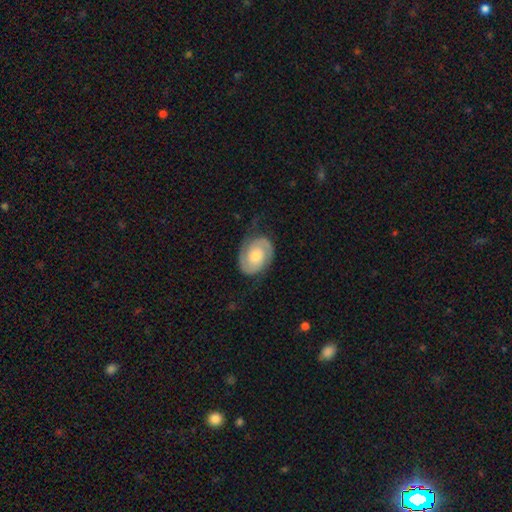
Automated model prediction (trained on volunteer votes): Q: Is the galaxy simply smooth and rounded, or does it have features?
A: featured or disk — 80%.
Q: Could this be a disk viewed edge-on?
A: no — 98%.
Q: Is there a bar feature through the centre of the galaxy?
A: no — 72%.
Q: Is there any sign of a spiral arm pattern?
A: yes — 95%.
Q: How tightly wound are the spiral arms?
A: tight — 53%.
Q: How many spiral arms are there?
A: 2 — 90%.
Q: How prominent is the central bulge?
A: moderate — 55%.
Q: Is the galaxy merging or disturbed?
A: none — 73%.